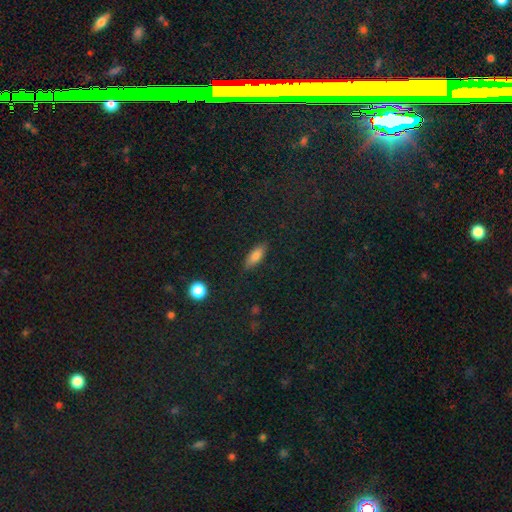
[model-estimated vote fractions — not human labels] A smooth galaxy with no disk features (78%) that is in between round and cigar-shaped (71%). Merging: none (84%).